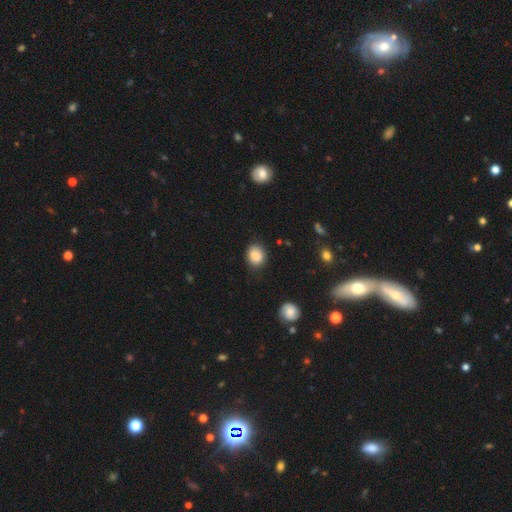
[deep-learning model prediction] The model was most divided on "how rounded": round: 63%, in between: 36%, cigar-shaped: 1%. More confident: smooth or featured — smooth (85%); merging — none (82%).